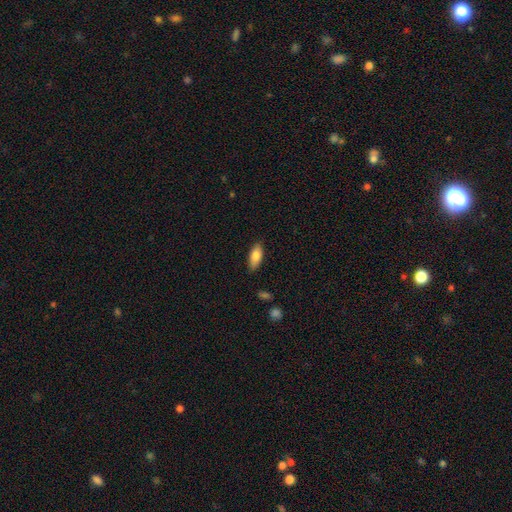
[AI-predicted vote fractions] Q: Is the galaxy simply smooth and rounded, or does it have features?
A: smooth — 82%.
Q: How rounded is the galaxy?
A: in between — 82%.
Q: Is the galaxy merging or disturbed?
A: none — 84%.